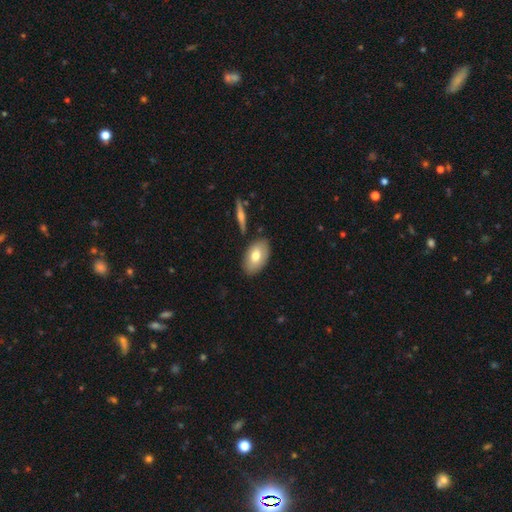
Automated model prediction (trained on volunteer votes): The model was most divided on "smooth or featured": smooth: 72%, featured or disk: 21%, star or artifact: 6%. More confident: how rounded — in between (92%); merging — none (83%).